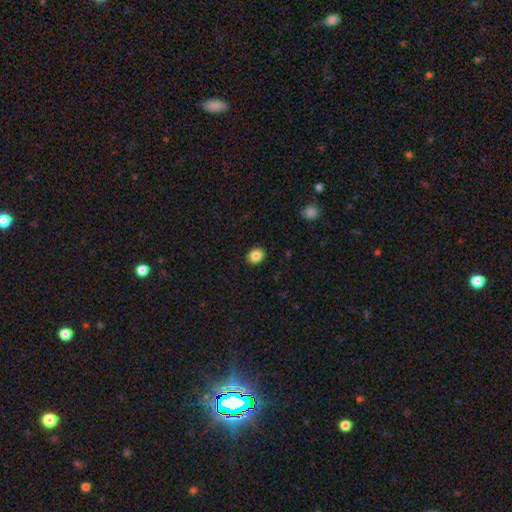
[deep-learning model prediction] Smooth or featured: smooth — 86% (star or artifact — 9%)
How rounded: in between — 51% (round — 48%)
Merging: none — 90% (minor disturbance — 7%)